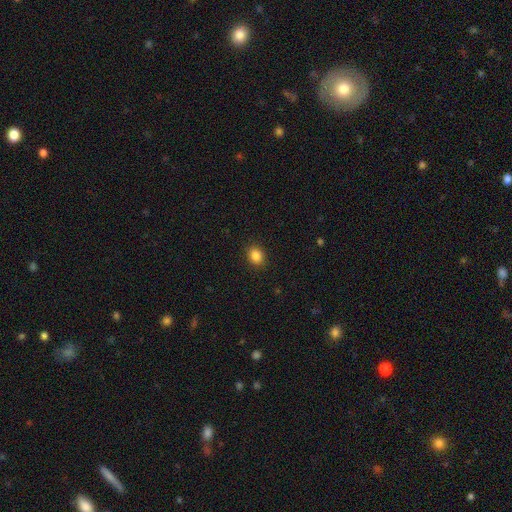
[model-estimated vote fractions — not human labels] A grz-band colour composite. It shows a smooth galaxy with no disk features (85%) that is round (60%). Merging: none (90%).